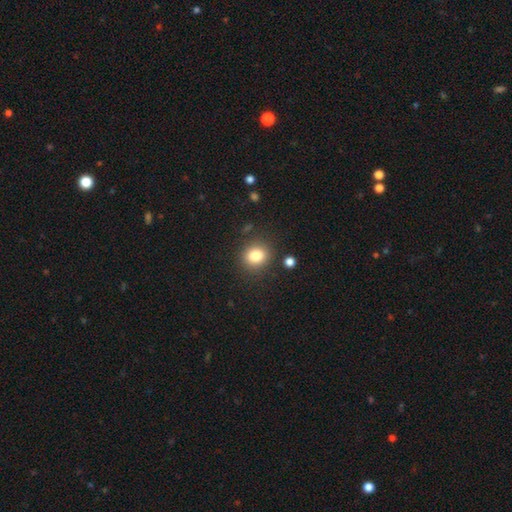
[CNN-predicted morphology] Overall: smooth (83%). How rounded: round (72%). Merging: none (84%).